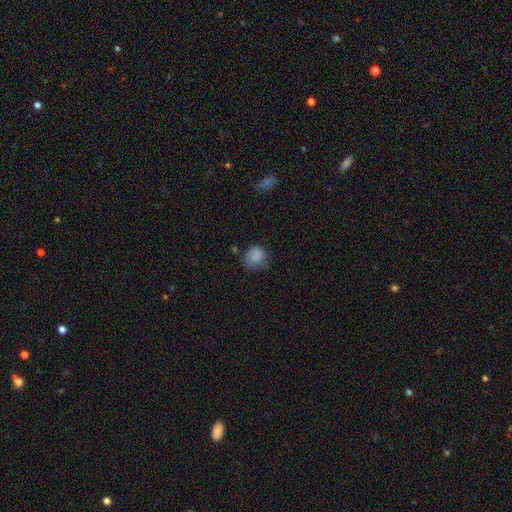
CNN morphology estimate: Smooth or featured? Predicted: smooth (p=0.84). How rounded? Predicted: round (p=0.79). Merging? Predicted: none (p=0.63).